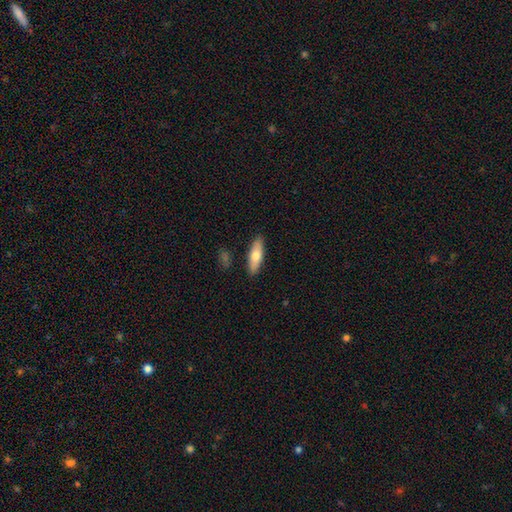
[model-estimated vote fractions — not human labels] Smooth or featured?
  - smooth: 67% *
  - featured or disk: 27%
  - star or artifact: 6%
How rounded?
  - in between: 50% *
  - cigar-shaped: 48%
  - round: 2%
Merging?
  - none: 88% *
  - minor disturbance: 8%
  - merger: 2%
  - major disturbance: 2%